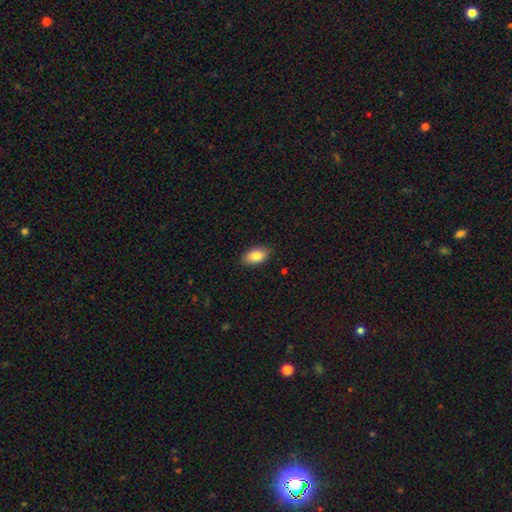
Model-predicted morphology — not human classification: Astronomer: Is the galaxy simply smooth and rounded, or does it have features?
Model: smooth — 85%.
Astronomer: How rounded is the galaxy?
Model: in between — 93%.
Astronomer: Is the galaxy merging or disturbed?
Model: none — 86%.